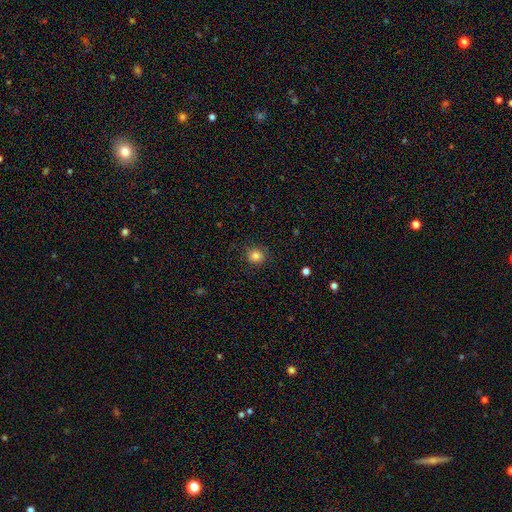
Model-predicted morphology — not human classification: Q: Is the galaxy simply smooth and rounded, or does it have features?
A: smooth — 83%.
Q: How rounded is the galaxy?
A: round — 83%.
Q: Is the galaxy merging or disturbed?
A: none — 86%.